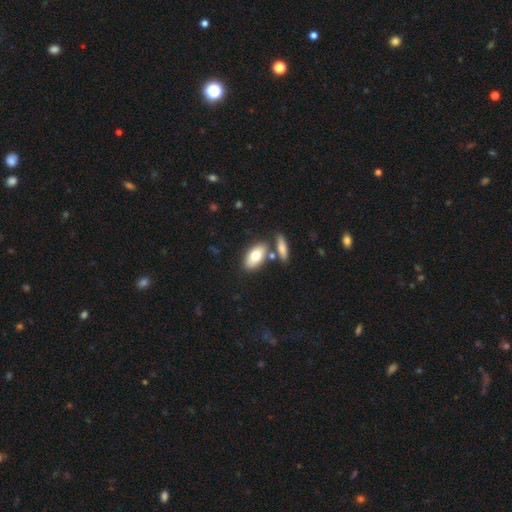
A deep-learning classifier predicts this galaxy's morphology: Smooth or featured? smooth (73%)
How rounded? in between (91%)
Merging? none (66%)